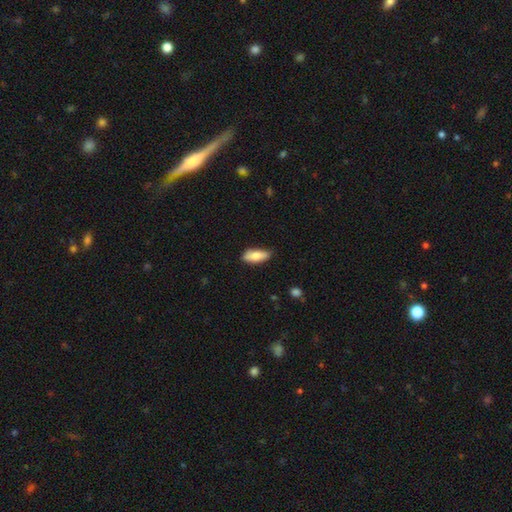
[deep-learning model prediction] Overall: smooth (78%). How rounded: in between (78%). Merging: none (77%).